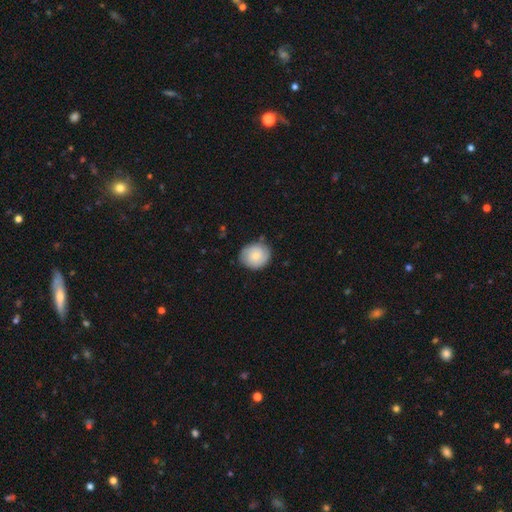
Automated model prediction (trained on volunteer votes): This is likely a smooth galaxy (64%). How rounded: likely round (79%). Merging: likely none (79%).